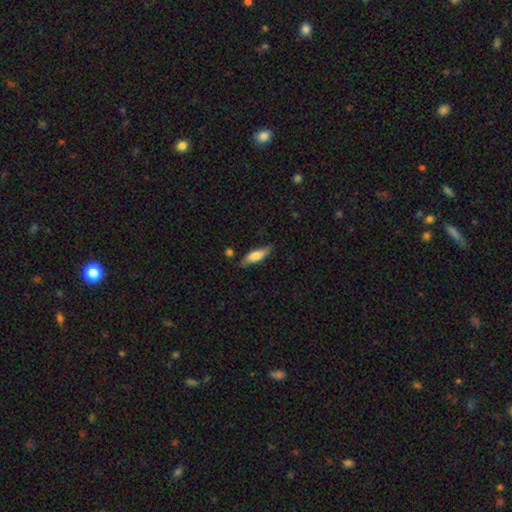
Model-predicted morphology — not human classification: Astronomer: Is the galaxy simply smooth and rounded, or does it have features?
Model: smooth — 75%.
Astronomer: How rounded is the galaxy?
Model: in between — 49%, tied with cigar-shaped at 49%.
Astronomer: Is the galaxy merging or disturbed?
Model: none — 76%.